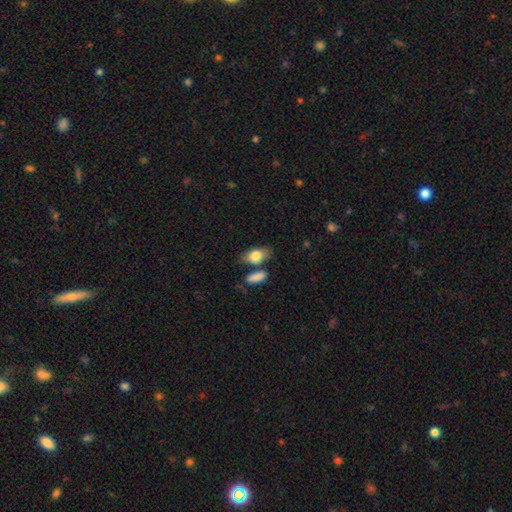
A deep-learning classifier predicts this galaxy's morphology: type=smooth (81%); roundness=in between (88%); merging=none (62%).